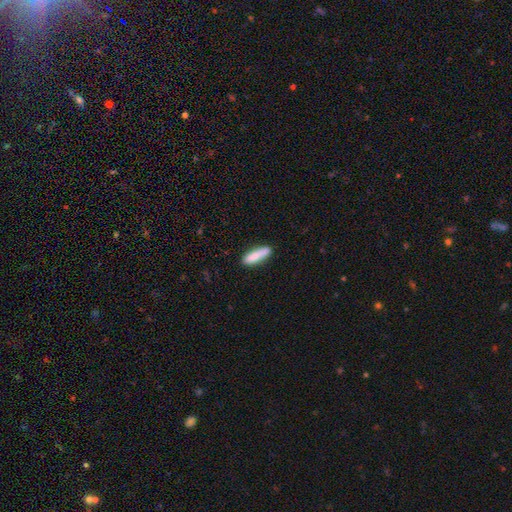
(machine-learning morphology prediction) smooth-or-featured: smooth: 83% | featured or disk: 11% | star or artifact: 6%
  how-rounded: cigar-shaped: 71% | in between: 27% | round: 2%
  merging: none: 83% | minor disturbance: 13% | merger: 2% | major disturbance: 2%